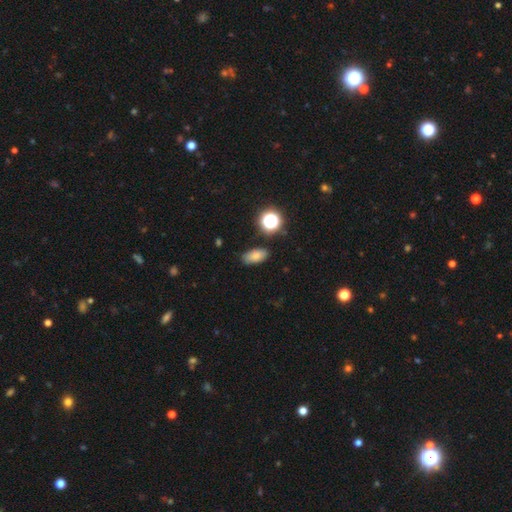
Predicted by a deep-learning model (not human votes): The model was most divided on "smooth or featured": smooth: 77%, star or artifact: 14%, featured or disk: 9%. More confident: how rounded — in between (88%); merging — none (80%).